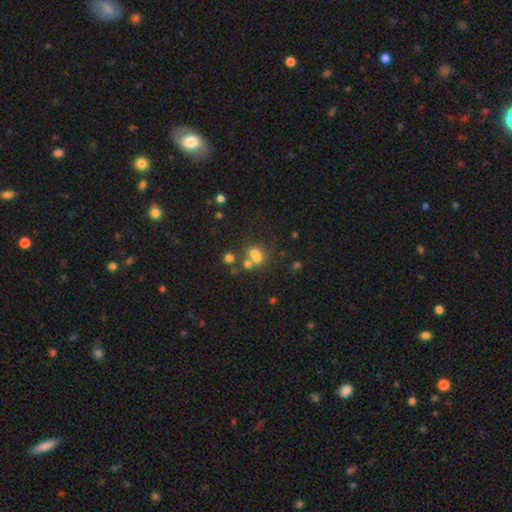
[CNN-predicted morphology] smooth 64%, star or artifact 20%, featured or disk 16%. Down the decision tree: how rounded — in between (56%); merging — none (40%).